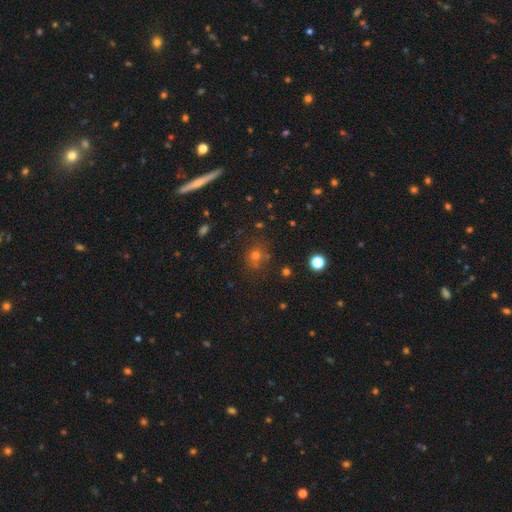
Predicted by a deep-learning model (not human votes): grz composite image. It shows a smooth galaxy with no disk features (58%) that is round (77%). Merging: none (75%).